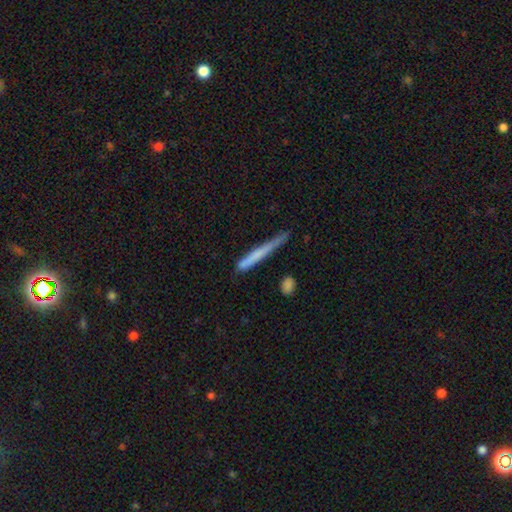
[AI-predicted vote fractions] A smooth galaxy with no disk features (64%) that is cigar-shaped (96%). Merging: none (64%).